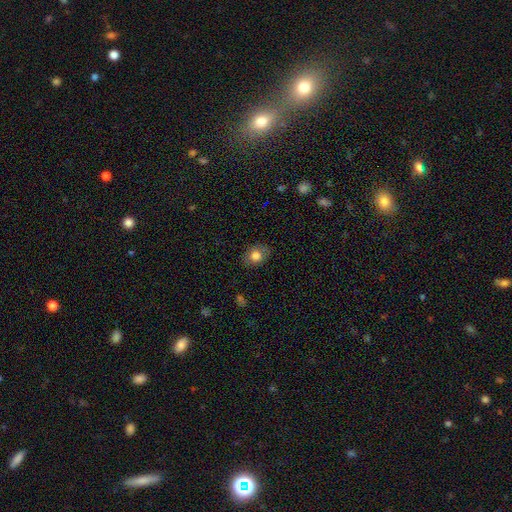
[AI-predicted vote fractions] Smooth or featured?
  - smooth: 79% *
  - featured or disk: 12%
  - star or artifact: 9%
How rounded?
  - in between: 60% *
  - round: 38%
  - cigar-shaped: 1%
Merging?
  - none: 81% *
  - minor disturbance: 14%
  - major disturbance: 4%
  - merger: 1%